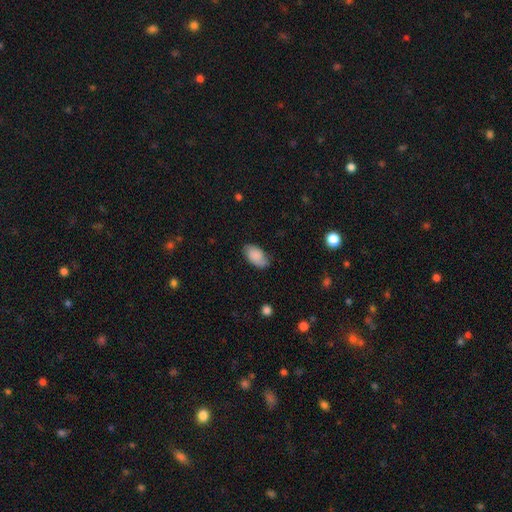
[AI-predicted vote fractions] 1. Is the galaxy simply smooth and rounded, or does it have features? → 80% smooth, 12% featured or disk, 7% star or artifact.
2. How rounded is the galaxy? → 94% in between, 5% round, 2% cigar-shaped.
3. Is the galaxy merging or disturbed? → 72% none, 22% minor disturbance, 5% major disturbance, 1% merger.